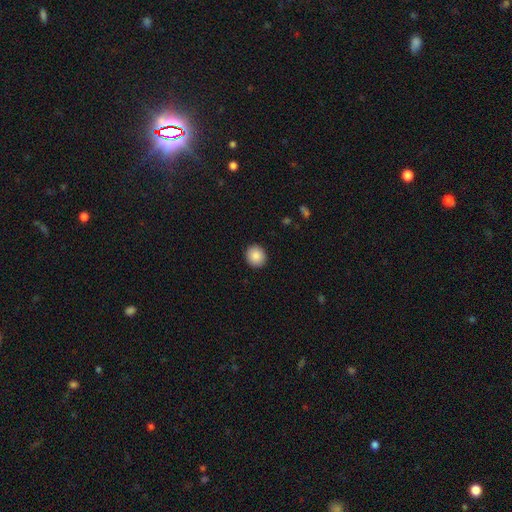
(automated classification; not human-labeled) Q: Smooth or featured?
A: smooth (88%); runner-up: star or artifact (8%)
Q: How rounded?
A: round (85%); runner-up: in between (14%)
Q: Merging?
A: none (92%); runner-up: minor disturbance (5%)